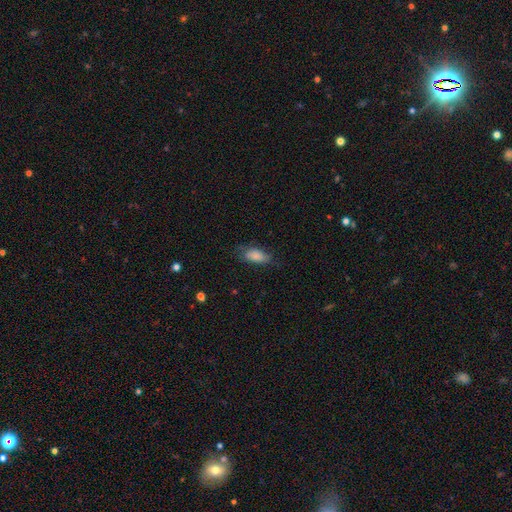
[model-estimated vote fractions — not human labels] Smooth or featured? Predicted: smooth (p=0.80). How rounded? Predicted: in between (p=0.85). Merging? Predicted: none (p=0.63).